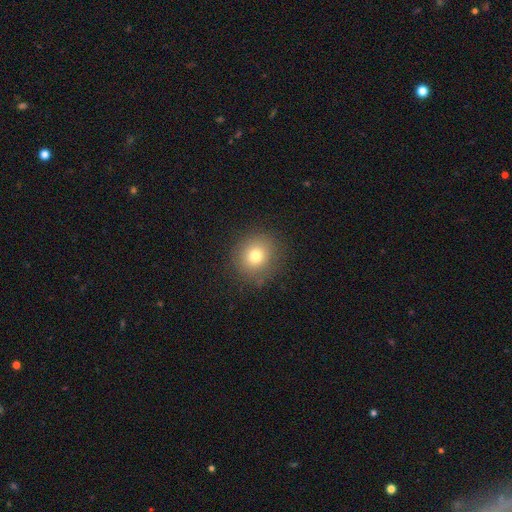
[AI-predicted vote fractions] Smooth or featured: smooth — 76% (star or artifact — 14%)
How rounded: round — 85% (in between — 14%)
Merging: none — 87% (minor disturbance — 9%)